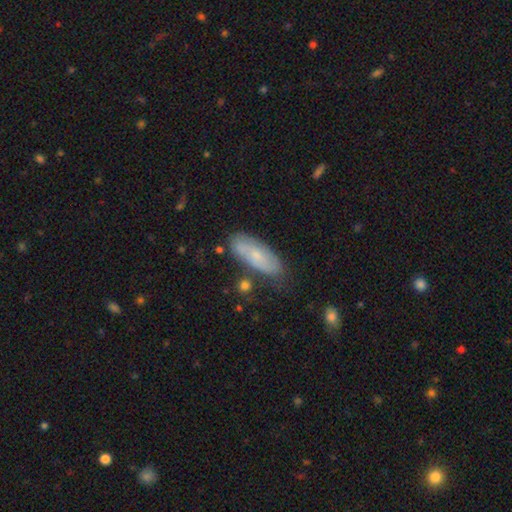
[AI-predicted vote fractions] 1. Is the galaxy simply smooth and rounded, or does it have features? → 52% smooth, 40% featured or disk, 8% star or artifact.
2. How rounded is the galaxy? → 69% in between, 29% cigar-shaped, 2% round.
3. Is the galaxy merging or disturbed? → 72% none, 19% minor disturbance, 4% major disturbance, 4% merger.